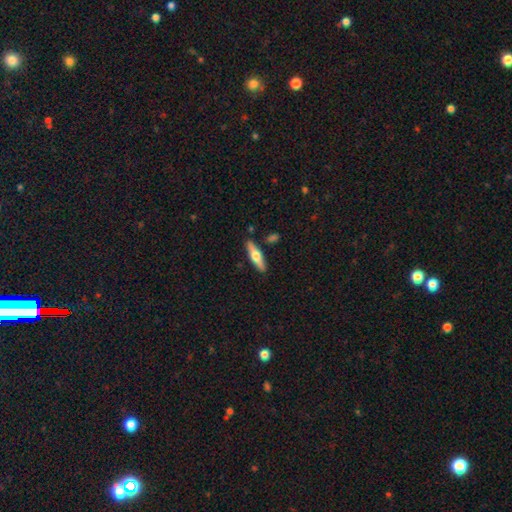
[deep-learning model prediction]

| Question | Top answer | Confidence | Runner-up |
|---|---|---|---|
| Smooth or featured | featured or disk | 50% | smooth (45%) |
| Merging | none | 86% | minor disturbance (9%) |